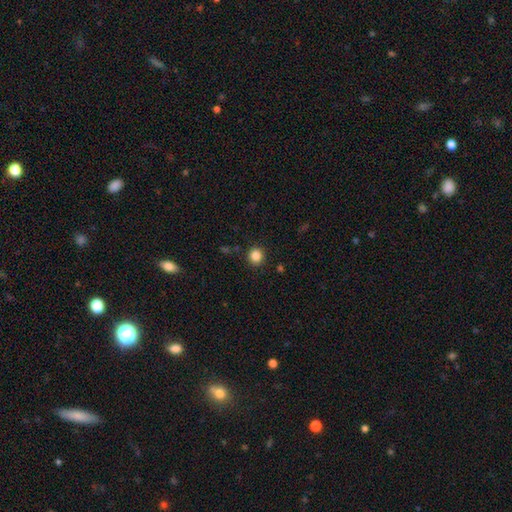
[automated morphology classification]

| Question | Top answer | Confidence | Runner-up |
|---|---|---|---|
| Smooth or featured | smooth | 85% | star or artifact (11%) |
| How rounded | round | 90% | in between (9%) |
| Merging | none | 90% | minor disturbance (6%) |